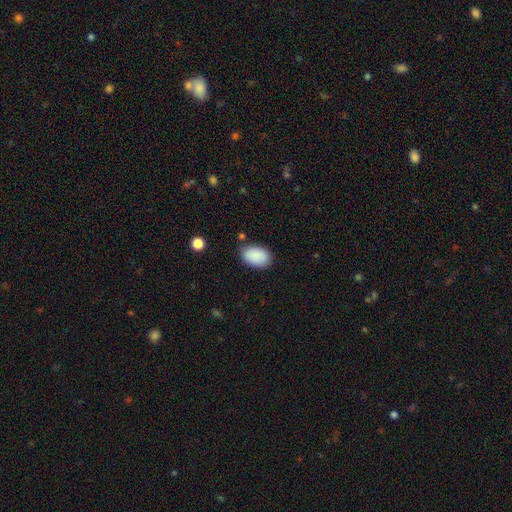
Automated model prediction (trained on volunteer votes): The model was most divided on "merging": none: 83%, minor disturbance: 12%, major disturbance: 3%, merger: 2%. More confident: how rounded — in between (92%); smooth or featured — smooth (90%).